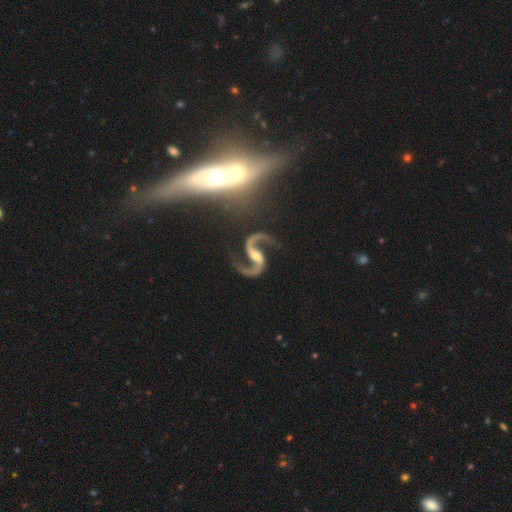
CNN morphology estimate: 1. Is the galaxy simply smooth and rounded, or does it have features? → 94% featured or disk, 4% star or artifact, 2% smooth.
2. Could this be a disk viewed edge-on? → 98% no, 2% yes.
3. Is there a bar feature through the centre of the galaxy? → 40% weak, 30% strong, 29% no.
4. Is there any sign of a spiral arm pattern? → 99% yes, 1% no.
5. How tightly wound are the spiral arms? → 59% loose, 36% medium, 5% tight.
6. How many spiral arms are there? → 95% 2, 1% 1, 1% can't tell, 1% 3, 1% 4, 1% more than 4.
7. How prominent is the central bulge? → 45% moderate, 44% small, 5% none, 5% large, 1% dominant.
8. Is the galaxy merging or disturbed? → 77% none, 13% minor disturbance, 7% major disturbance, 3% merger.